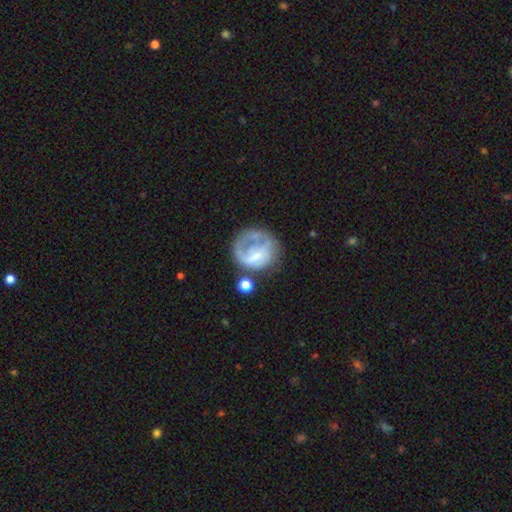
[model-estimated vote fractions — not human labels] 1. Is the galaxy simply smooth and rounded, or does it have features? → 56% featured or disk, 35% smooth, 9% star or artifact.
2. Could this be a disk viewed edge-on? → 98% no, 2% yes.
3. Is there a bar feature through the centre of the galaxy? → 56% no, 33% weak, 10% strong.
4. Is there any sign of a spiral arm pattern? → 50% yes (tied), 50% no (tied).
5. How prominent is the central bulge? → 39% small, 37% none, 19% moderate, 4% large, 1% dominant.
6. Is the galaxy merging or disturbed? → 41% none, 31% major disturbance, 20% minor disturbance, 8% merger.